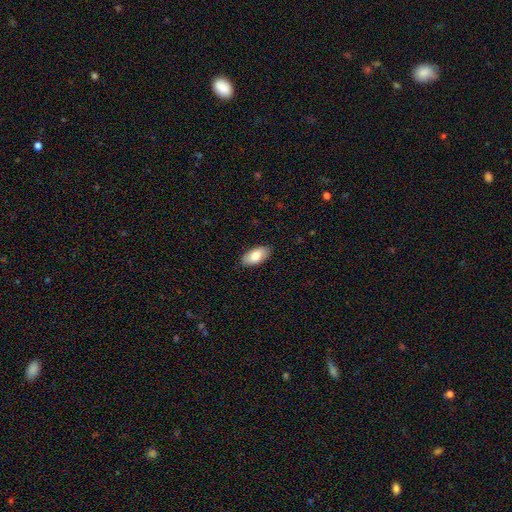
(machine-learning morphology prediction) Overall: smooth (82%). How rounded: in between (94%). Merging: none (88%).